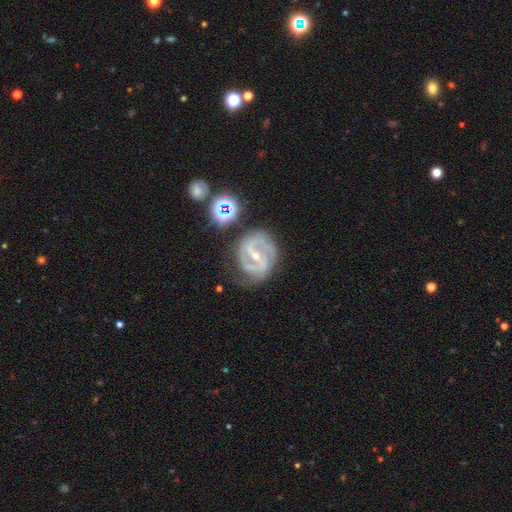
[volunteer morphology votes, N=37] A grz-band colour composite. It shows a featured or disk galaxy (86%) with a strong bar (56%), 2 (74%) medium (55%) spiral arms (97%) and a small central bulge (56%). Merging: none (69%).